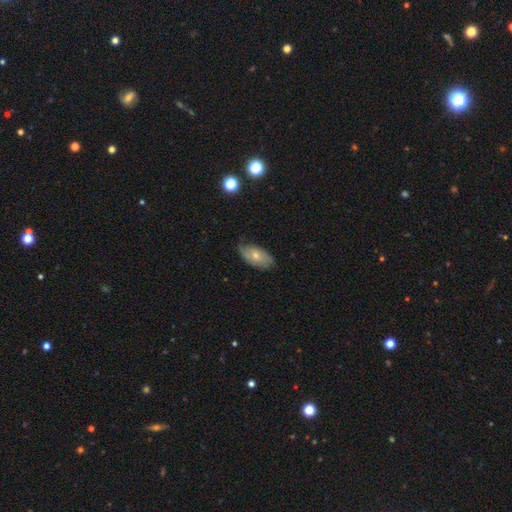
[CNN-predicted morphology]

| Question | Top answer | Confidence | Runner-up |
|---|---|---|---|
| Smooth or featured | smooth | 56% | featured or disk (37%) |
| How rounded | in between | 92% | round (4%) |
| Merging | none | 65% | minor disturbance (28%) |